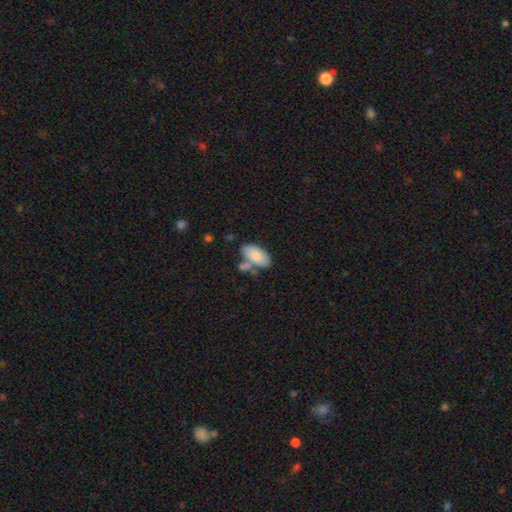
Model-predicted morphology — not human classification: Q: Smooth or featured?
A: smooth (82%); runner-up: featured or disk (12%)
Q: How rounded?
A: in between (95%); runner-up: round (3%)
Q: Merging?
A: none (57%); runner-up: merger (20%)